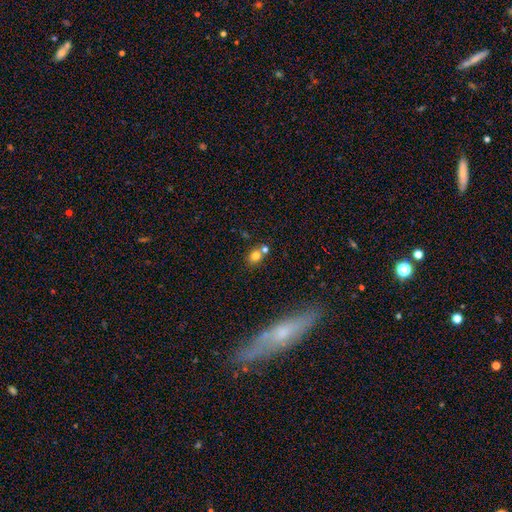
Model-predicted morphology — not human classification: smooth_or_featured: smooth (p=0.75) [alt: star or artifact p=0.13]
how_rounded: round (p=0.55) [alt: in between p=0.43]
merging: none (p=0.54) [alt: merger p=0.33]